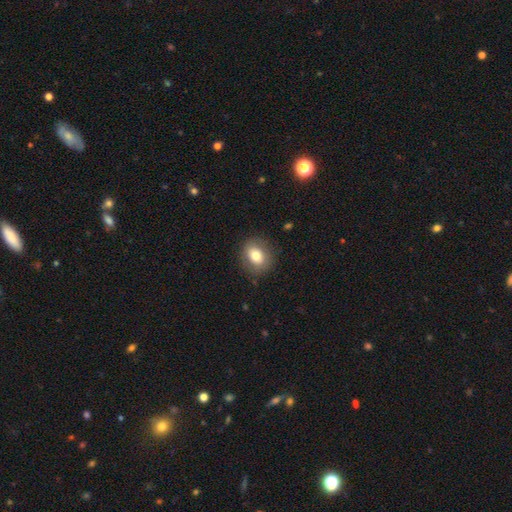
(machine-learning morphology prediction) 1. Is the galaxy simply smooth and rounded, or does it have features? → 76% smooth, 15% featured or disk, 9% star or artifact.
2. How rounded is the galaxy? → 58% round, 41% in between, 1% cigar-shaped.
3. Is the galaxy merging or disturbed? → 84% none, 11% minor disturbance, 4% major disturbance, 1% merger.